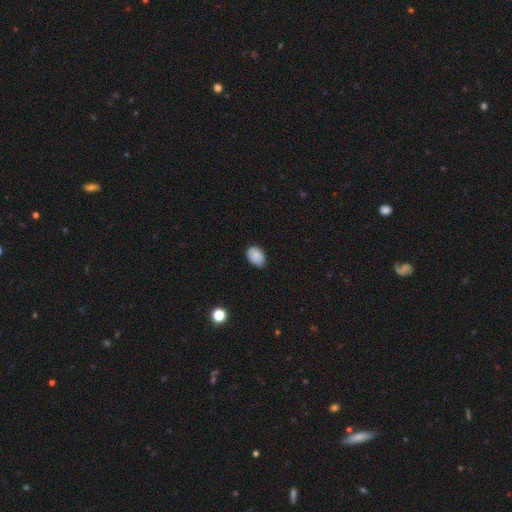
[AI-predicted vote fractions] smooth-or-featured: smooth: 86% | star or artifact: 8% | featured or disk: 6%
  how-rounded: in between: 84% | round: 15% | cigar-shaped: 1%
  merging: none: 80% | minor disturbance: 17% | major disturbance: 2% | merger: 1%